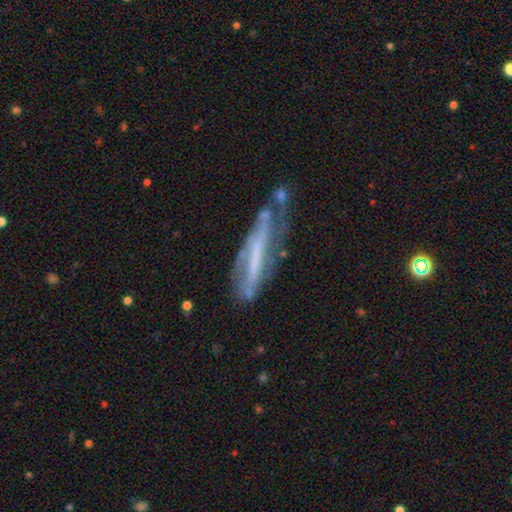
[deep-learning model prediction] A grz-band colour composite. It shows a featured or disk galaxy (64%). Merging: none (40%).